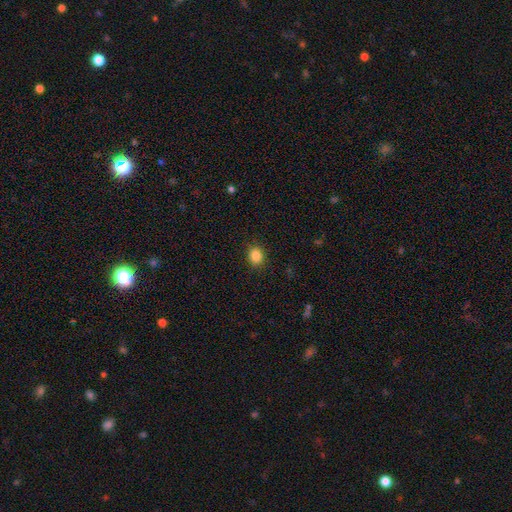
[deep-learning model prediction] A smooth galaxy with no disk features (86%) that is round (57%).

Vote fractions:
- Smooth or featured? smooth: 86% / star or artifact: 10% / featured or disk: 4%
- How rounded? round: 57% / in between: 42% / cigar-shaped: 1%
- Merging? none: 89% / minor disturbance: 8% / major disturbance: 2% / merger: 1%